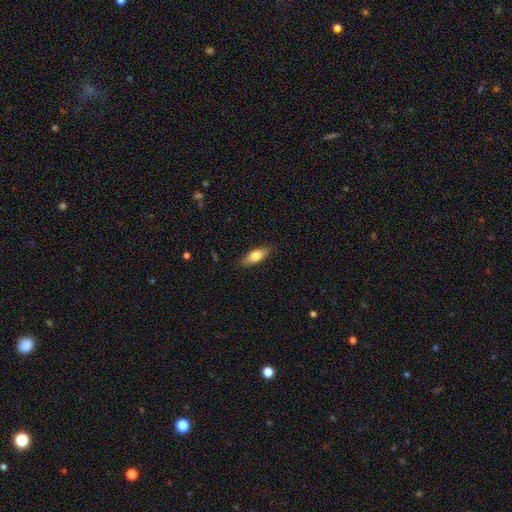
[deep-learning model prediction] Smooth or featured: smooth — 73% (featured or disk — 21%)
How rounded: in between — 71% (cigar-shaped — 27%)
Merging: none — 86% (minor disturbance — 11%)